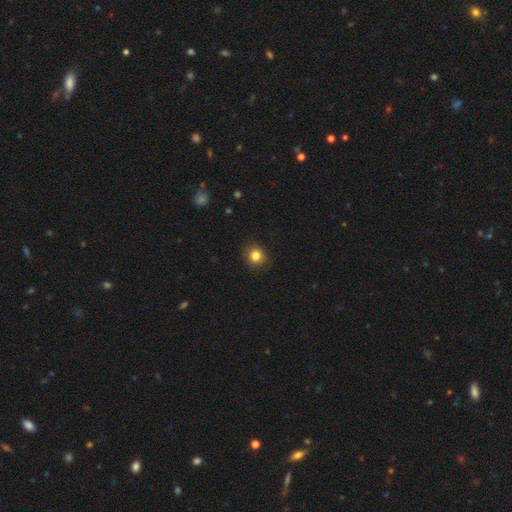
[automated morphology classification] type=smooth (83%); roundness=round (86%); merging=none (89%).